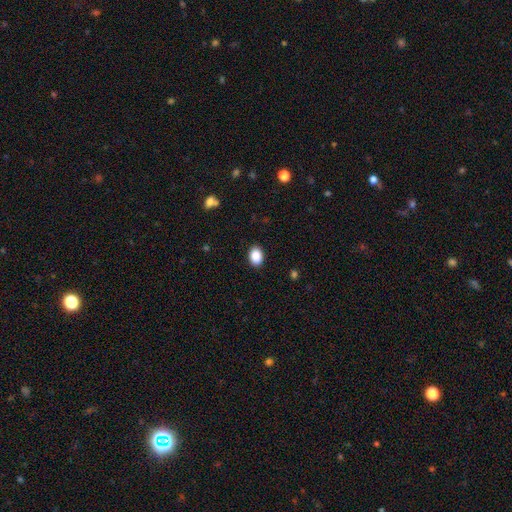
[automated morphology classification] Overall: smooth (89%). How rounded: in between (78%). Merging: none (90%).